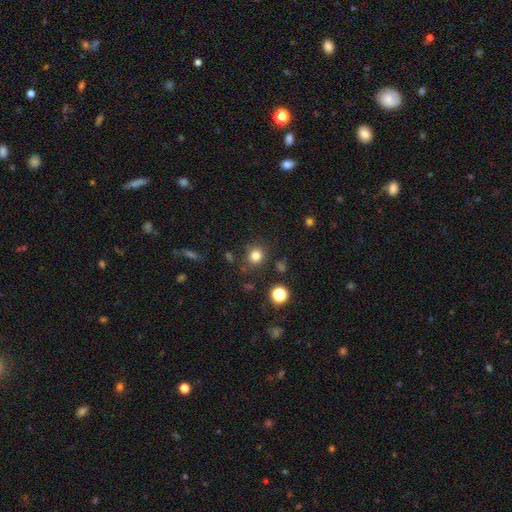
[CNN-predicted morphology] The model was most divided on "smooth or featured": smooth: 80%, star or artifact: 15%, featured or disk: 6%. More confident: how rounded — round (84%); merging — none (84%).